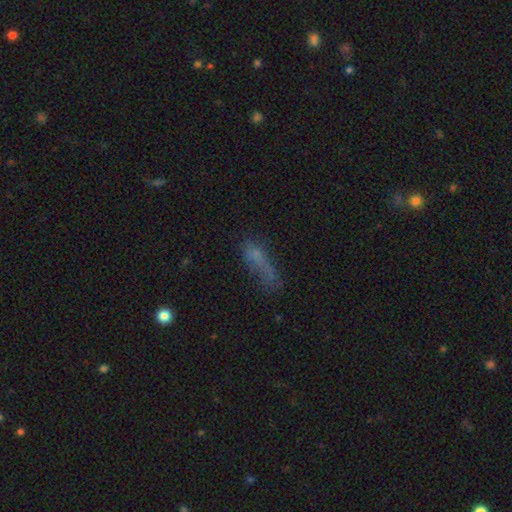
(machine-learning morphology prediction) smooth_or_featured: smooth (p=0.59) [alt: featured or disk p=0.24]
how_rounded: in between (p=0.51) [alt: cigar-shaped p=0.44]
merging: major disturbance (p=0.35) [alt: none p=0.33]